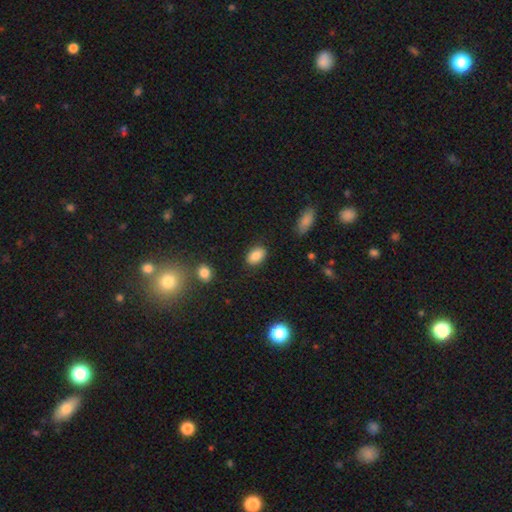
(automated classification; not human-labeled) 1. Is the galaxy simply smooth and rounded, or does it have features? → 86% smooth, 8% star or artifact, 6% featured or disk.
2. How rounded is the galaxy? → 88% in between, 10% round, 2% cigar-shaped.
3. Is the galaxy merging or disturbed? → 86% none, 10% minor disturbance, 2% major disturbance, 2% merger.